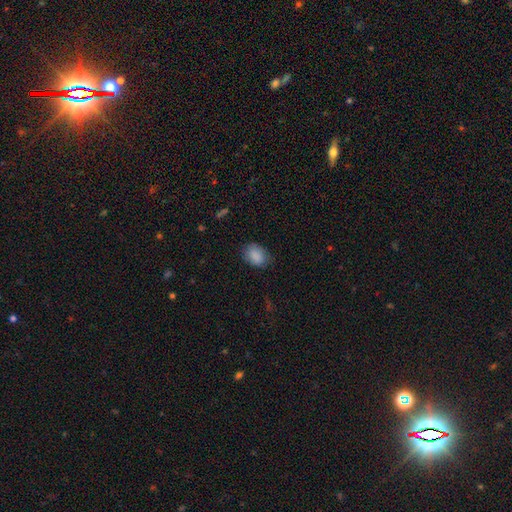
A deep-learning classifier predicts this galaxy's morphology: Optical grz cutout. It shows a smooth galaxy with no disk features (88%) that is in between round and cigar-shaped (73%). Merging: none (76%).